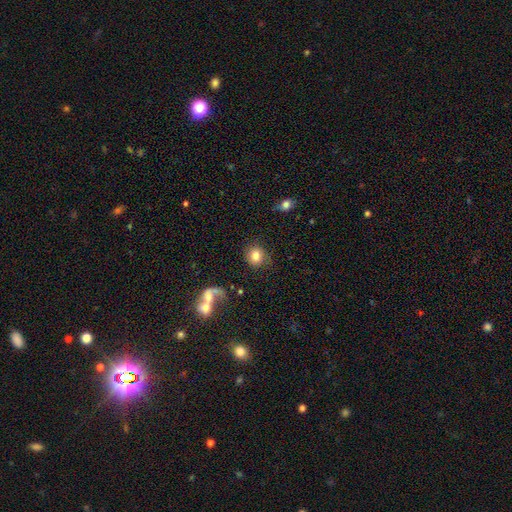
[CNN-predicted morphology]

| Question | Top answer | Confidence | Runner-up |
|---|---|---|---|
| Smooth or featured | smooth | 79% | featured or disk (12%) |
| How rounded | round | 85% | in between (14%) |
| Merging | none | 78% | minor disturbance (10%) |